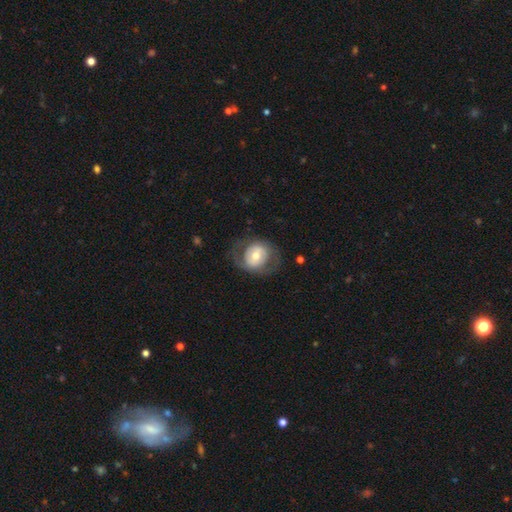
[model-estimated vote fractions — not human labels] Morphology: type=featured or disk (49%); merging=none (64%).